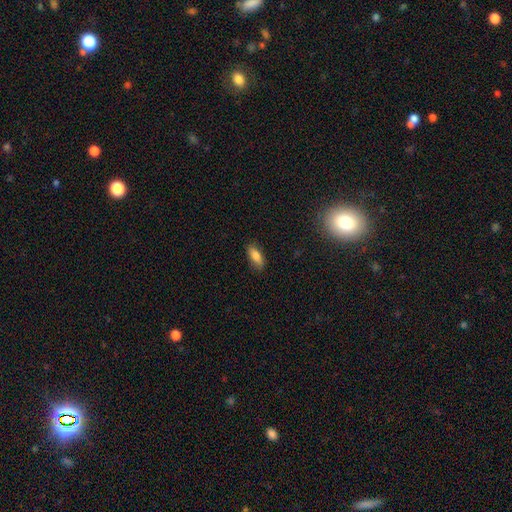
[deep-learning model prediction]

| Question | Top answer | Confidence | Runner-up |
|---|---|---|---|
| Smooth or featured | smooth | 81% | featured or disk (11%) |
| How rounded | in between | 76% | cigar-shaped (22%) |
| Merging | none | 84% | minor disturbance (12%) |